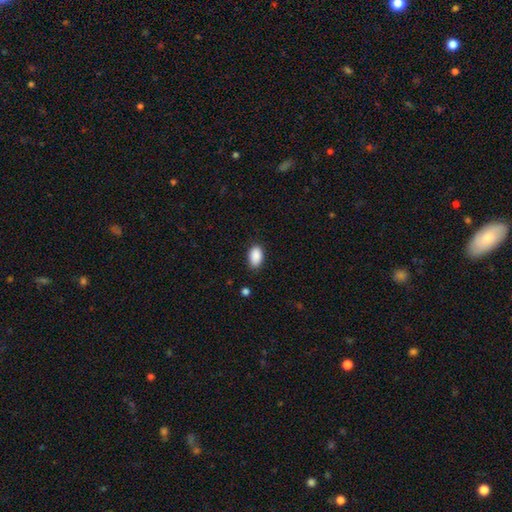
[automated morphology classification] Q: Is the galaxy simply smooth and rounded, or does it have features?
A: smooth — 90%.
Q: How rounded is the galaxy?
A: in between — 92%.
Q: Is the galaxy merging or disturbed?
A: none — 85%.